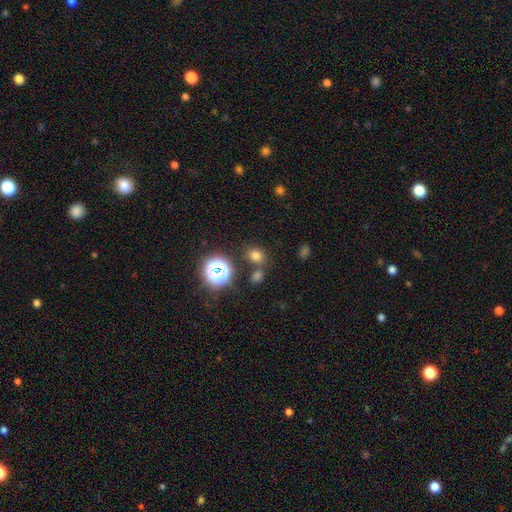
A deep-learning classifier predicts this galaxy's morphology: A smooth galaxy with no disk features (71%) that is round (58%). Merging: none (73%).